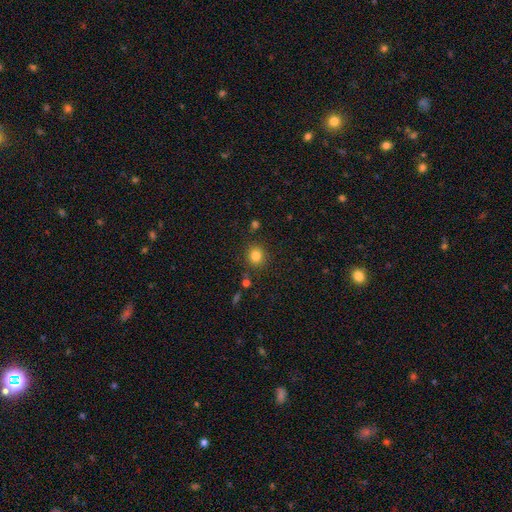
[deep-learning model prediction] A smooth galaxy with no disk features (82%) that is round (87%).

Vote fractions:
- Smooth or featured? smooth: 82% / star or artifact: 12% / featured or disk: 5%
- How rounded? round: 87% / in between: 12% / cigar-shaped: 1%
- Merging? none: 85% / minor disturbance: 9% / merger: 3% / major disturbance: 3%